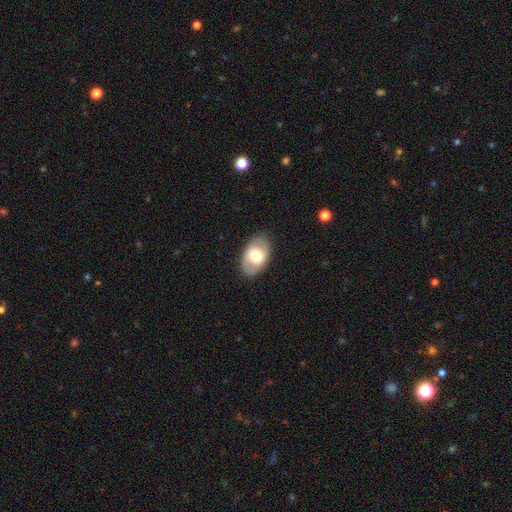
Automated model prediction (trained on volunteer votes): Smooth or featured? Predicted: smooth (p=0.59). How rounded? Predicted: in between (p=0.88). Merging? Predicted: none (p=0.84).